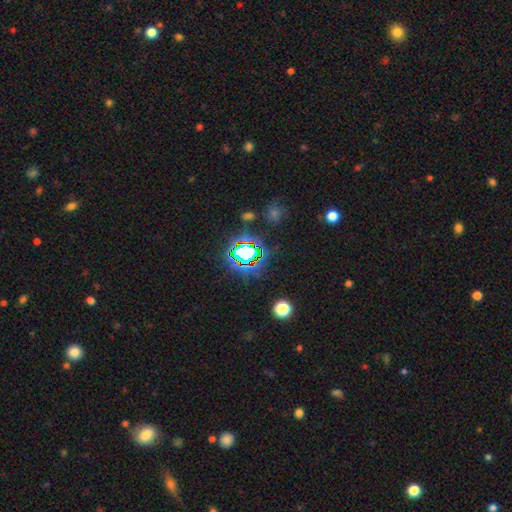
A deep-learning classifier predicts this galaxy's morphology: The model was most divided on "smooth or featured": star or artifact: 78%, smooth: 14%, featured or disk: 8%.